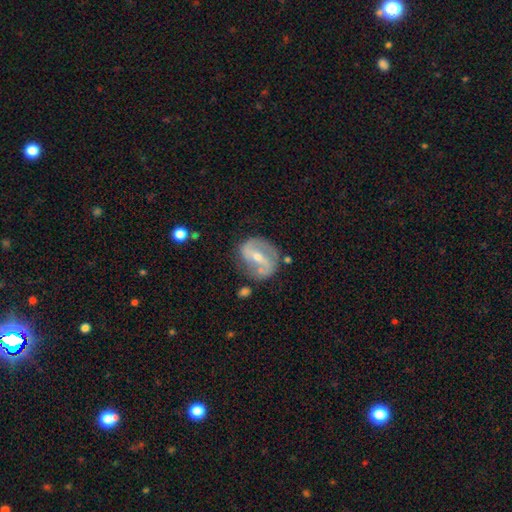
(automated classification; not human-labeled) This appears to be a featured or disk galaxy (79%) with a strong bar (58%), 2 (84%) medium (42%) spiral arms (80%) and a small central bulge (50%). Merging: none (71%).